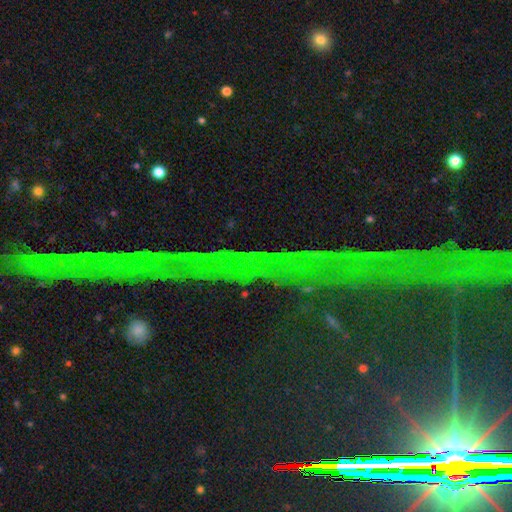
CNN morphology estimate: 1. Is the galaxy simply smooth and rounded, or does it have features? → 82% star or artifact, 9% featured or disk, 8% smooth.